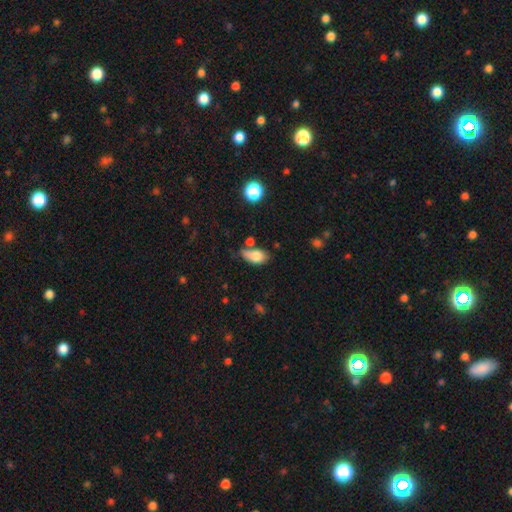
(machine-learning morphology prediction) Overall: smooth (79%). How rounded: in between (88%). Merging: none (41%; minor disturbance 28%).